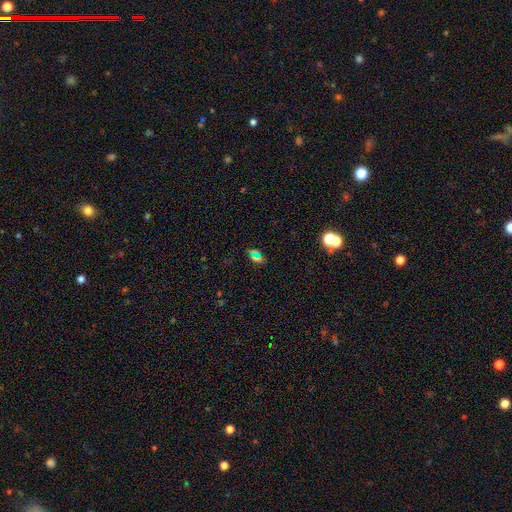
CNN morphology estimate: Smooth or featured? Predicted: smooth (p=0.47). Merging? Predicted: none (p=0.72).